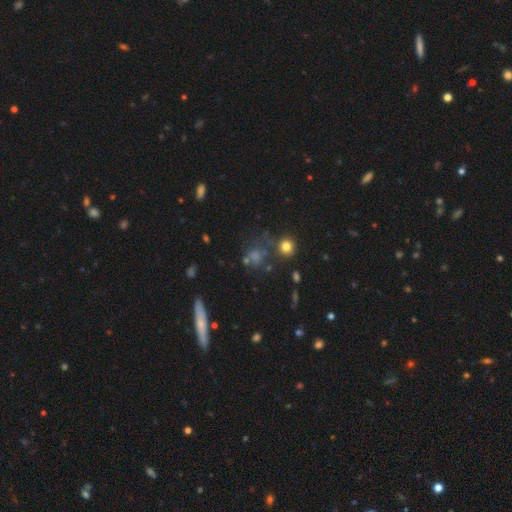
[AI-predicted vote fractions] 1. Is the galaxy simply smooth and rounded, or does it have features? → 48% smooth, 33% star or artifact, 19% featured or disk.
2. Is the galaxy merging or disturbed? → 67% none, 13% minor disturbance, 12% merger, 8% major disturbance.